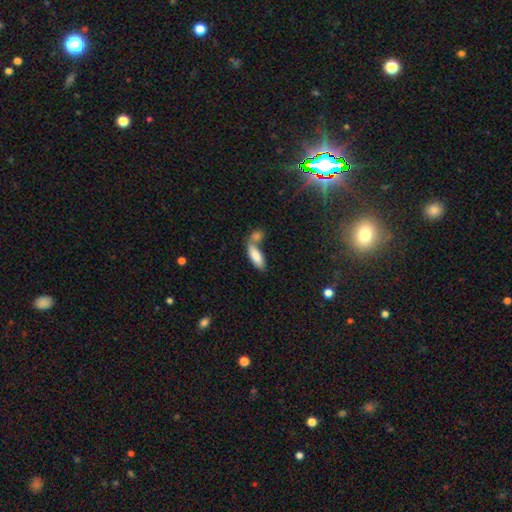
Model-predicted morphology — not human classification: Smooth or featured? Predicted: smooth (p=0.83). How rounded? Predicted: in between (p=0.71). Merging? Predicted: merger (p=0.51).